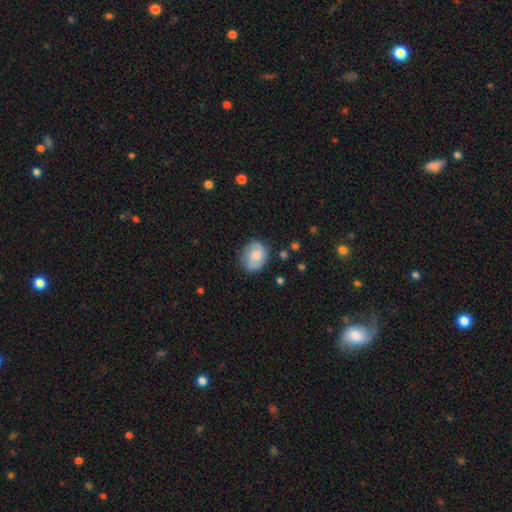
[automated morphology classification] Smooth or featured: smooth — 55% (featured or disk — 38%)
How rounded: in between — 51% (round — 48%)
Merging: none — 76% (minor disturbance — 18%)